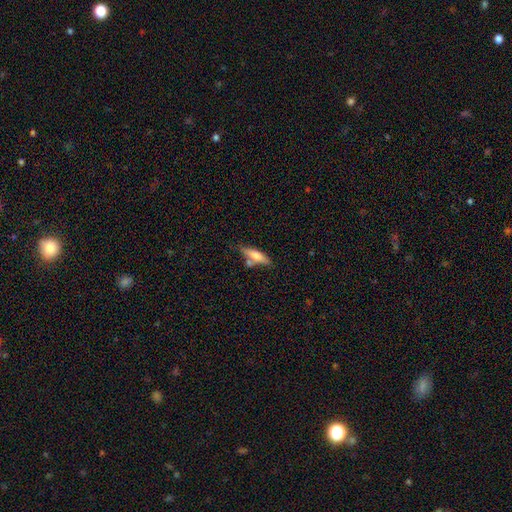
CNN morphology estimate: A smooth galaxy with no disk features (65%) that is cigar-shaped (63%).

Vote fractions:
- Smooth or featured? smooth: 65% / featured or disk: 29% / star or artifact: 6%
- How rounded? cigar-shaped: 63% / in between: 35% / round: 2%
- Merging? none: 60% / merger: 18% / minor disturbance: 17% / major disturbance: 4%